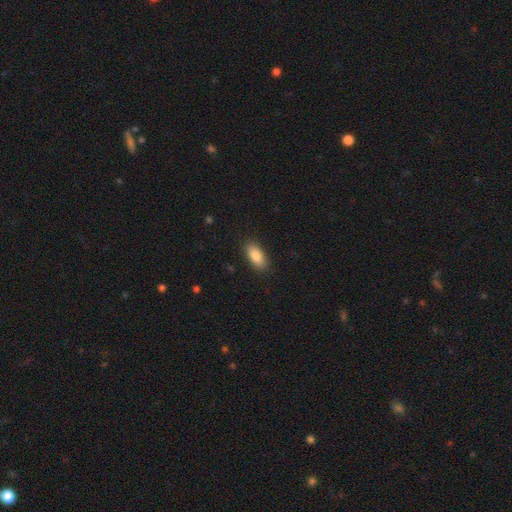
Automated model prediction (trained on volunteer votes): A smooth galaxy with no disk features (86%) that is in between round and cigar-shaped (87%).

Vote fractions:
- Smooth or featured? smooth: 86% / featured or disk: 7% / star or artifact: 7%
- How rounded? in between: 87% / cigar-shaped: 10% / round: 3%
- Merging? none: 88% / minor disturbance: 9% / major disturbance: 2% / merger: 1%